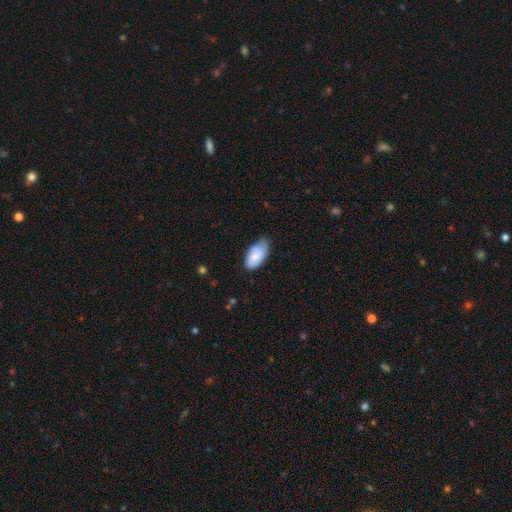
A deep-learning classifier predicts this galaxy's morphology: Q: Smooth or featured?
A: smooth (78%); runner-up: featured or disk (16%)
Q: How rounded?
A: in between (94%); runner-up: cigar-shaped (4%)
Q: Merging?
A: none (53%); runner-up: minor disturbance (38%)